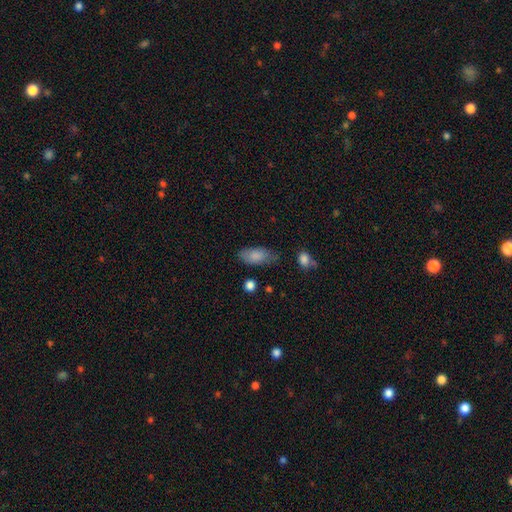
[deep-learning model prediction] Smooth or featured: smooth — 84% (featured or disk — 9%)
How rounded: in between — 89% (cigar-shaped — 8%)
Merging: none — 67% (minor disturbance — 24%)